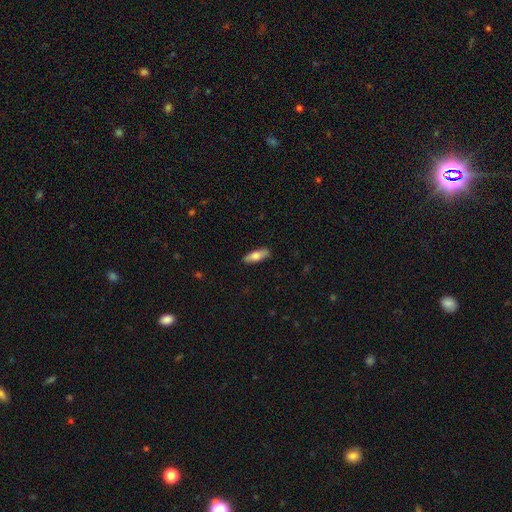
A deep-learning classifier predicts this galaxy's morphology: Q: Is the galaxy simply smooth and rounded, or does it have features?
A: smooth — 74%.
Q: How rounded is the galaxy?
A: in between — 57%.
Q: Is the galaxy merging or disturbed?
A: none — 87%.